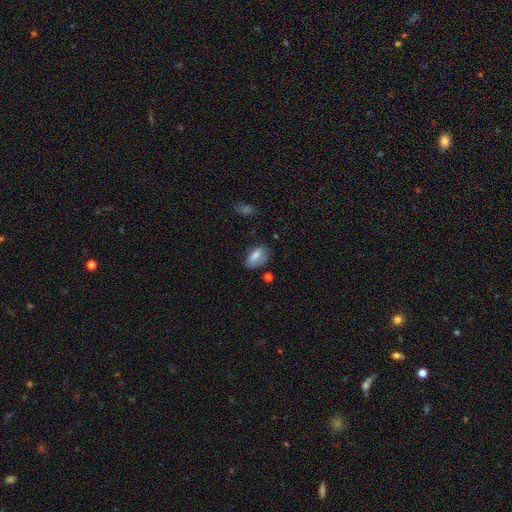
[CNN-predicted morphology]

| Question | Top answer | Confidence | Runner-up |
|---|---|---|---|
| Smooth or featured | smooth | 75% | featured or disk (17%) |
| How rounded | in between | 90% | round (5%) |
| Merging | none | 65% | minor disturbance (25%) |